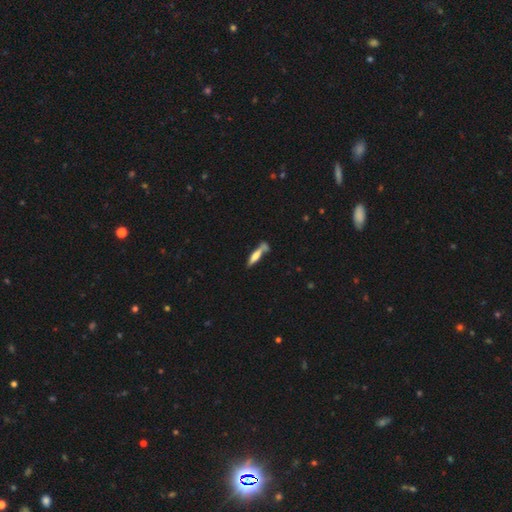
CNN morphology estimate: Smooth or featured? smooth (62%)
How rounded? cigar-shaped (79%)
Merging? none (56%)